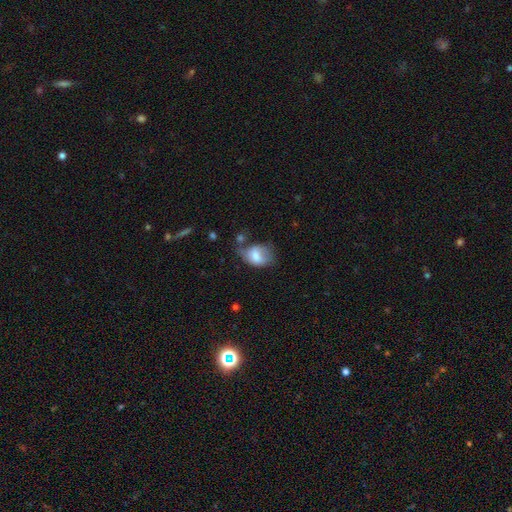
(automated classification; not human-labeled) The model was most divided on "merging": minor disturbance: 34%, none: 32%, major disturbance: 23%, merger: 11%. More confident: how rounded — in between (72%); smooth or featured — smooth (66%).